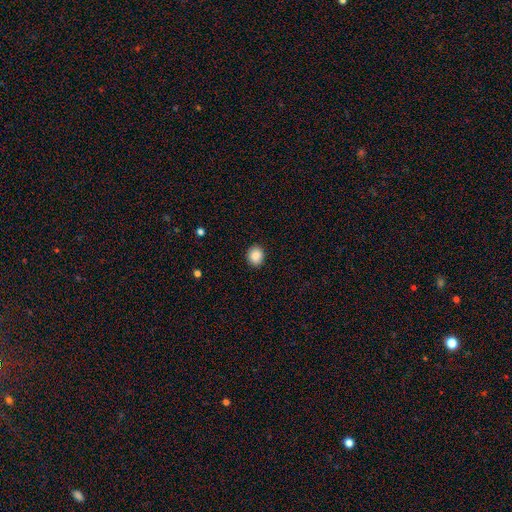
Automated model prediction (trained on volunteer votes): Smooth or featured? Predicted: smooth (p=0.88). How rounded? Predicted: round (p=0.74). Merging? Predicted: none (p=0.91).